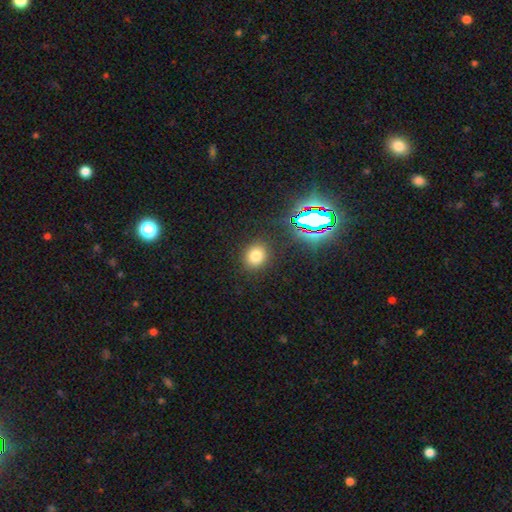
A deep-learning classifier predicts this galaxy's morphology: Overall: smooth (74%). How rounded: round (65%; in between 34%). Merging: none (87%).